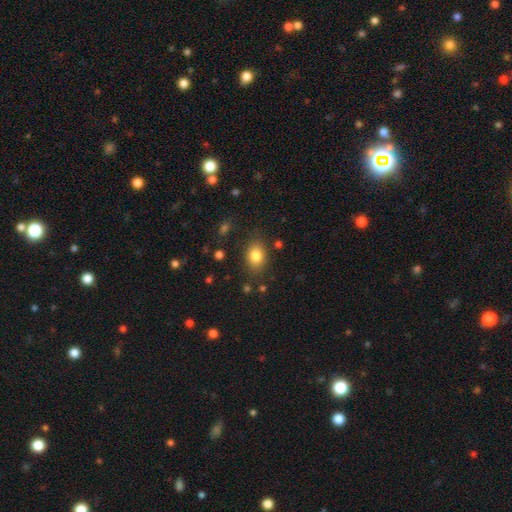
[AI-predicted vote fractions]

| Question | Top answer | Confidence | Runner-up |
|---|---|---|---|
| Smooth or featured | smooth | 83% | star or artifact (9%) |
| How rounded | in between | 72% | round (27%) |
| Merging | none | 80% | minor disturbance (13%) |